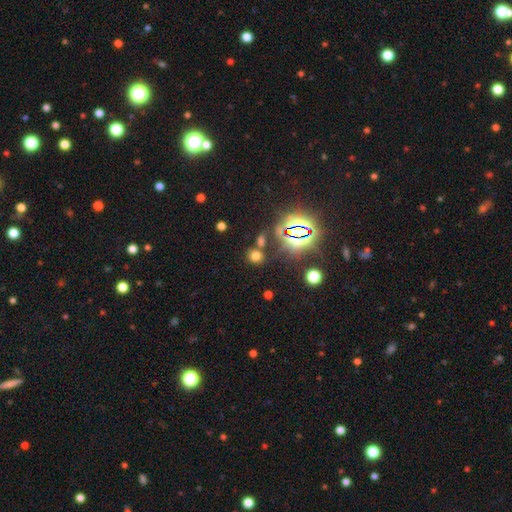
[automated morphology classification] Q: Smooth or featured?
A: smooth (57%); runner-up: star or artifact (36%)
Q: How rounded?
A: round (74%); runner-up: in between (24%)
Q: Merging?
A: none (75%); runner-up: merger (12%)